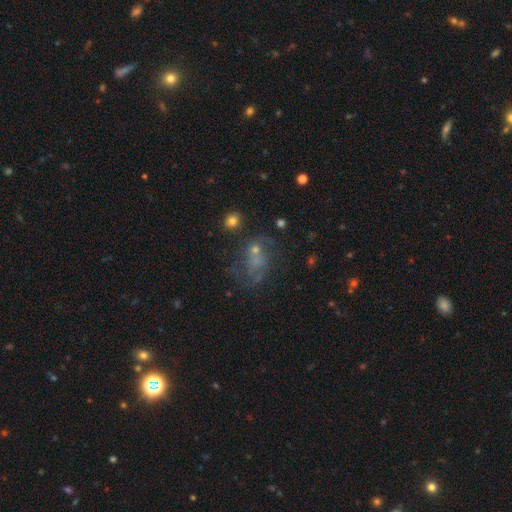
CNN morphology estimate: This is marginally a featured or disk galaxy (42%). Merging: marginally none (38%).